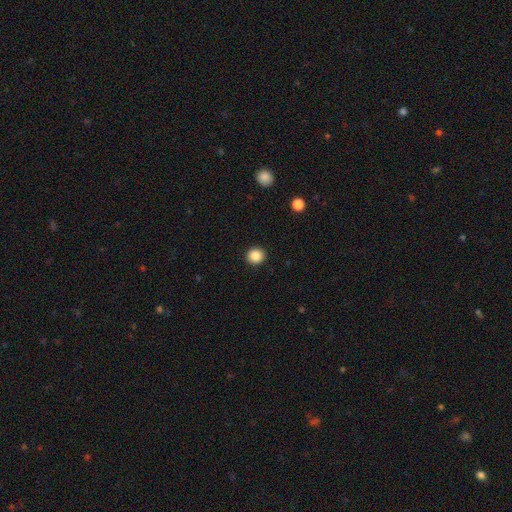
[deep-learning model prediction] Smooth or featured? smooth (88%)
How rounded? round (91%)
Merging? none (93%)